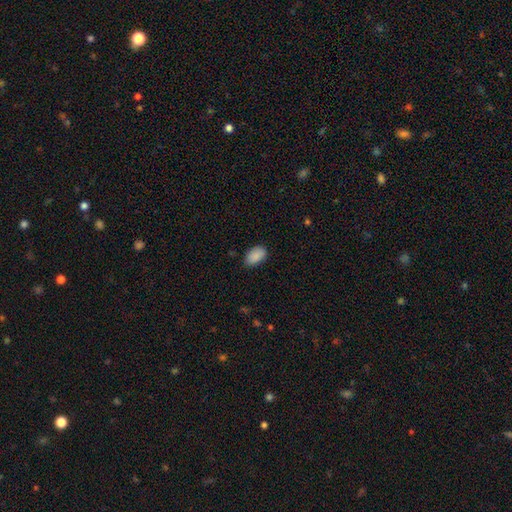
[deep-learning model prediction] Morphology: type=smooth (89%); roundness=in between (92%); merging=none (76%).